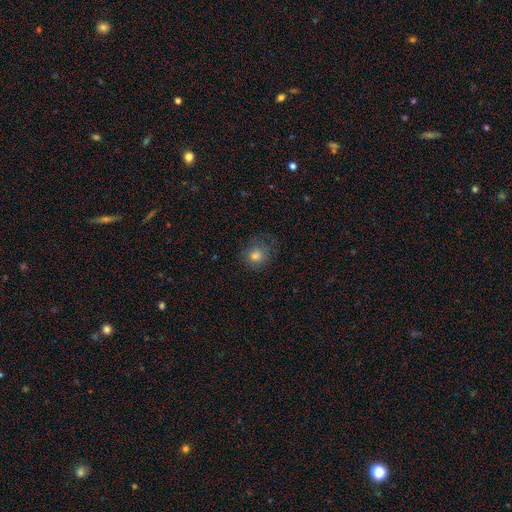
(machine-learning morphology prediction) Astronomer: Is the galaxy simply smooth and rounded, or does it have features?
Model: smooth — 74%.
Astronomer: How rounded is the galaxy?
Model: round — 79%.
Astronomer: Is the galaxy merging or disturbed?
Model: none — 63%.